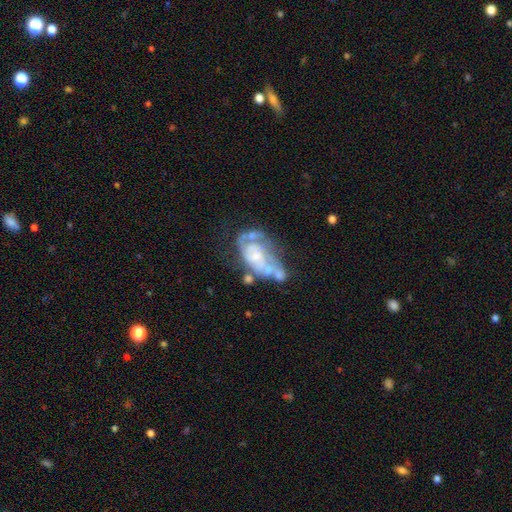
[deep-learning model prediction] This is likely a featured or disk galaxy (77%). It is clearly not viewed edge-on (96%). Bar: likely no (74%). Spiral arm pattern: likely yes (65%). Central bulge: possibly small (48%). Merging: marginally none (30%).